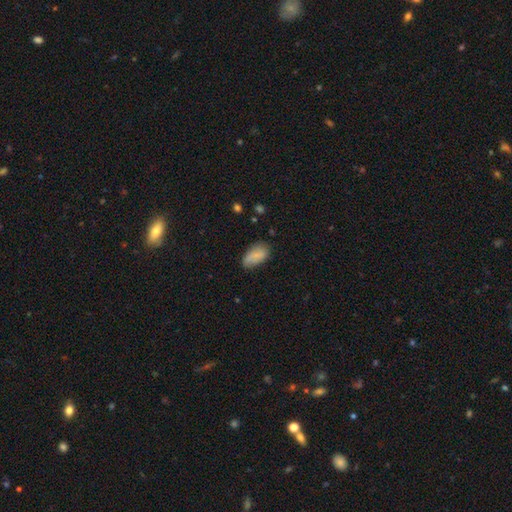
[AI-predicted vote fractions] smooth_or_featured: smooth (p=0.82) [alt: featured or disk p=0.11]
how_rounded: in between (p=0.93) [alt: cigar-shaped p=0.03]
merging: none (p=0.68) [alt: minor disturbance p=0.25]